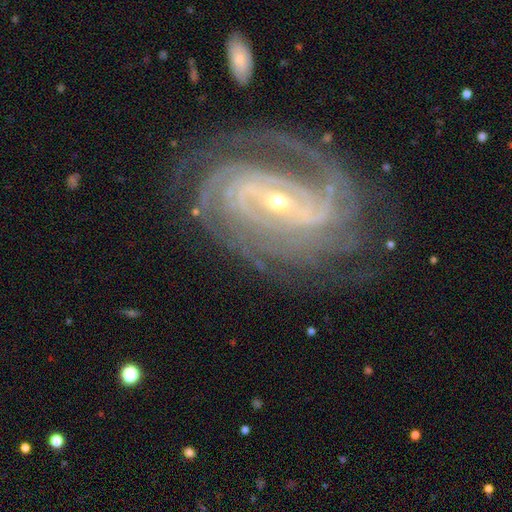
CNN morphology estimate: Overall: featured or disk (92%). Edge-on disk: no (97%). Bar: strong (44%; weak 35%). Spiral arms: yes (98%). Spiral arm count: 2 (22%; 4 21%). Spiral winding: tight (71%). Bulge size: small (71%). Merging: none (76%).